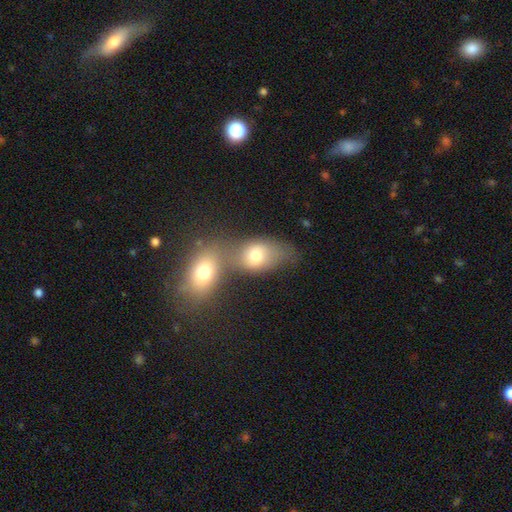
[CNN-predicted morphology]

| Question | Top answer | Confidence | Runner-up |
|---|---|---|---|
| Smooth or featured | smooth | 71% | featured or disk (18%) |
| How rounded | in between | 68% | round (30%) |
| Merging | merger | 55% | none (29%) |